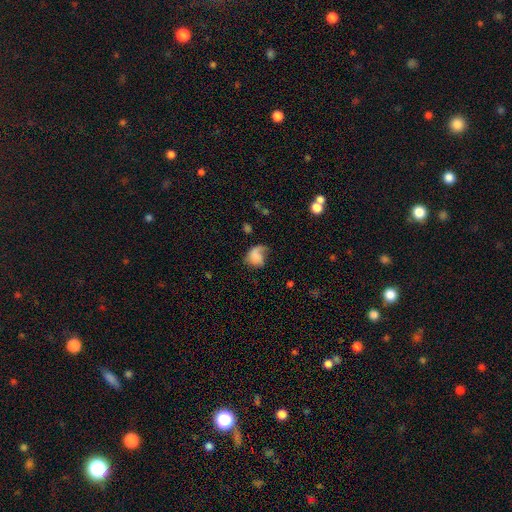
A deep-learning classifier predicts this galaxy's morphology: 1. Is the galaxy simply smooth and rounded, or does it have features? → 55% smooth, 36% featured or disk, 9% star or artifact.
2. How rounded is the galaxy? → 55% in between, 44% round, 1% cigar-shaped.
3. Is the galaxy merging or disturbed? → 37% major disturbance, 32% none, 28% minor disturbance, 4% merger.